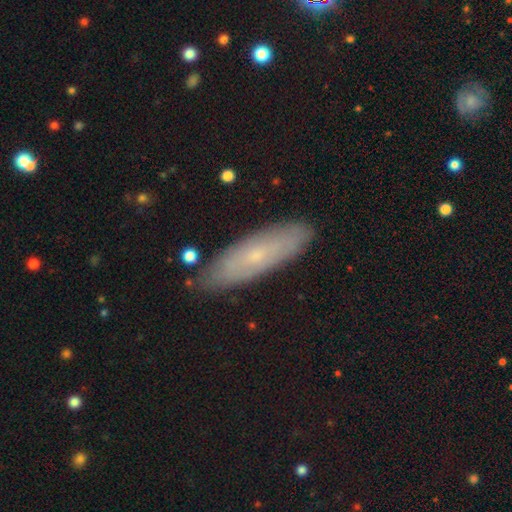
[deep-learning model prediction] Smooth or featured? smooth (48%)
Merging? none (84%)